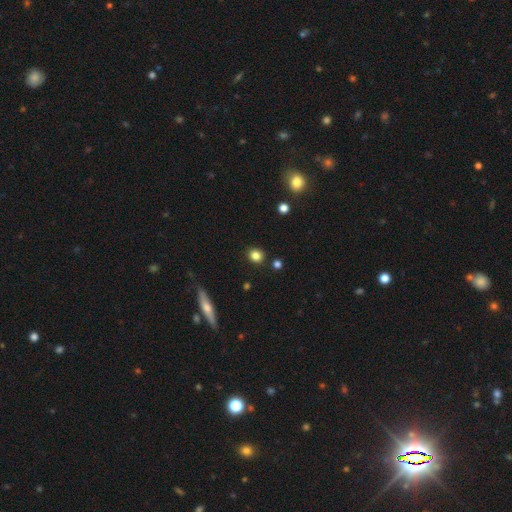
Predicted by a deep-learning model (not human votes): A smooth galaxy with no disk features (83%) that is round (78%).

Vote fractions:
- Smooth or featured? smooth: 83% / star or artifact: 11% / featured or disk: 6%
- How rounded? round: 78% / in between: 21% / cigar-shaped: 2%
- Merging? none: 88% / minor disturbance: 7% / merger: 3% / major disturbance: 2%